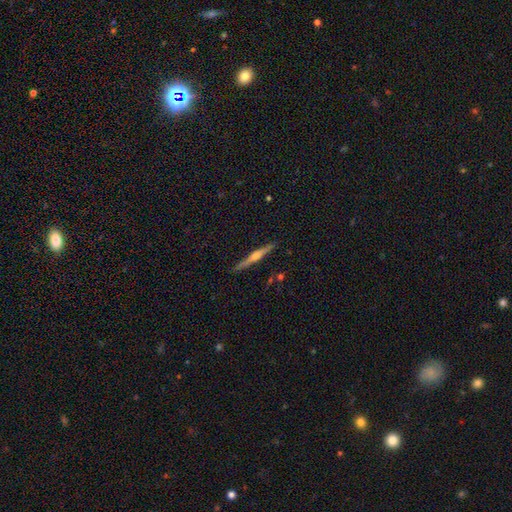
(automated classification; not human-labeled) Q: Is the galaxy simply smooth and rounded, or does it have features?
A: featured or disk — 70%.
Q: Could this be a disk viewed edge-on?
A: yes — 98%.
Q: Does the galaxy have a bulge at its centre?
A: rounded — 79%.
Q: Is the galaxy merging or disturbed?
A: none — 90%.